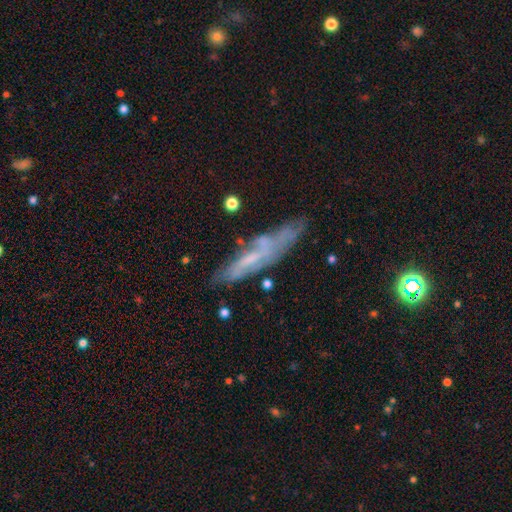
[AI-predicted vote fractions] featured or disk 58%, smooth 32%, star or artifact 9%. Down the decision tree: edge-on disk — yes (51%); merging — none (58%).